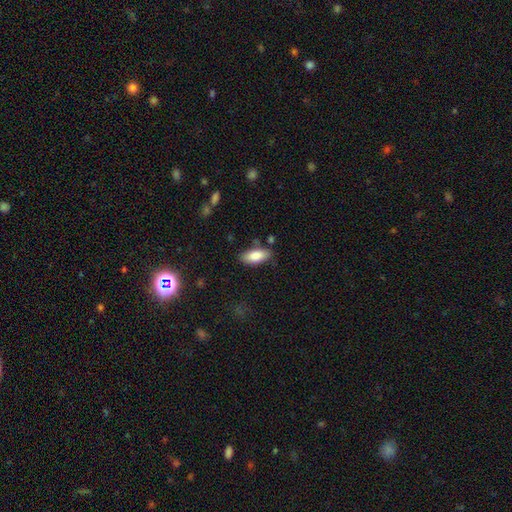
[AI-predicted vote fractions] A smooth galaxy with no disk features (84%) that is in between round and cigar-shaped (84%).

Vote fractions:
- Smooth or featured? smooth: 84% / featured or disk: 10% / star or artifact: 6%
- How rounded? in between: 84% / cigar-shaped: 14% / round: 2%
- Merging? none: 80% / minor disturbance: 13% / merger: 4% / major disturbance: 3%